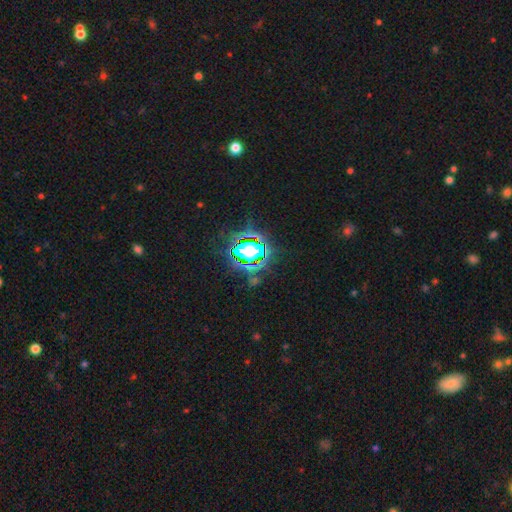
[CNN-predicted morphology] This is clearly a star or artifact rather than a galaxy (83%).